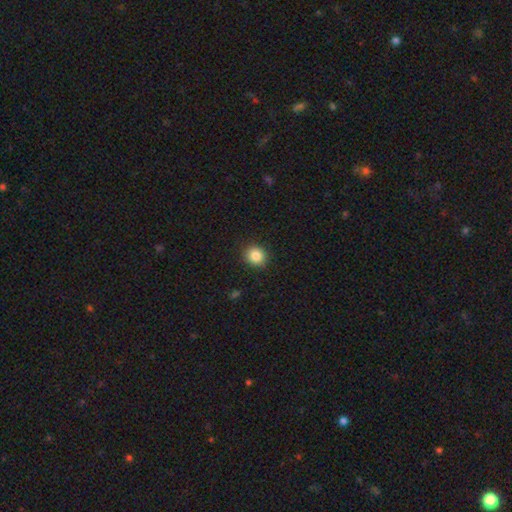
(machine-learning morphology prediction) This appears to be a smooth galaxy with no disk features (86%) that is round (81%). Merging: none (90%).